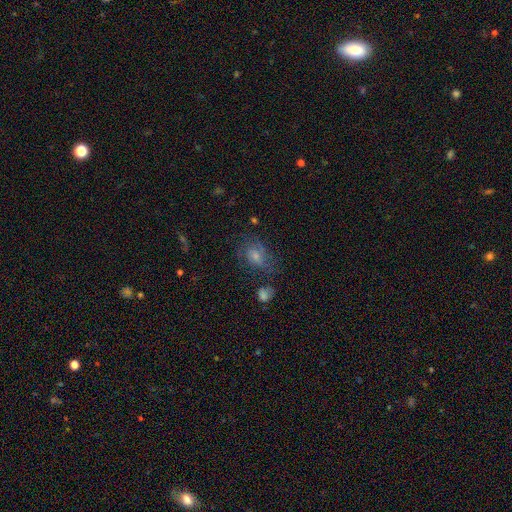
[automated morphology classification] Smooth or featured? Predicted: featured or disk (p=0.44). Merging? Predicted: none (p=0.61).